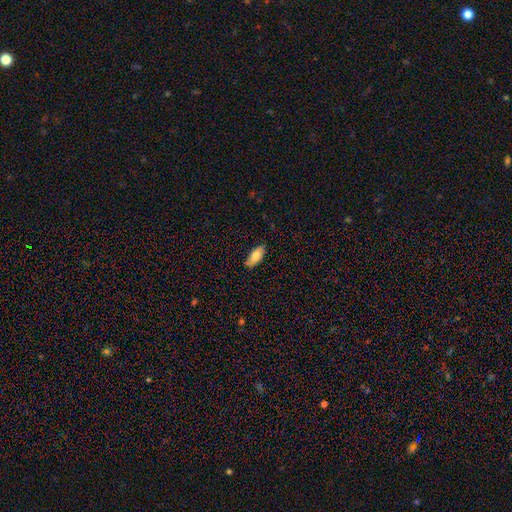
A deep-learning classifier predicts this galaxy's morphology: This is clearly a smooth galaxy (81%). How rounded: clearly in between (86%). Merging: likely none (78%).